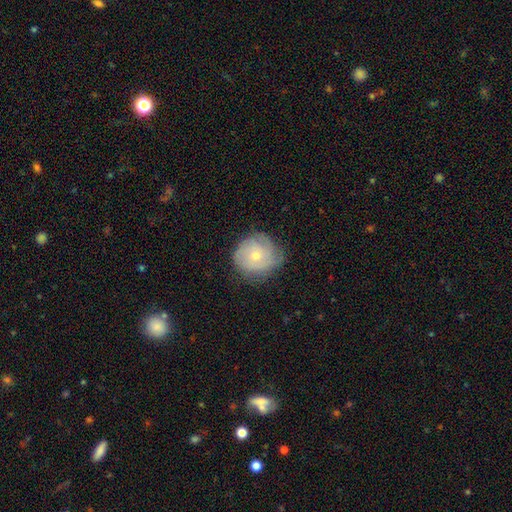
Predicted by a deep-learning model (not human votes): smooth_or_featured: featured or disk (p=0.47) [alt: smooth p=0.45]
merging: none (p=0.64) [alt: minor disturbance p=0.26]